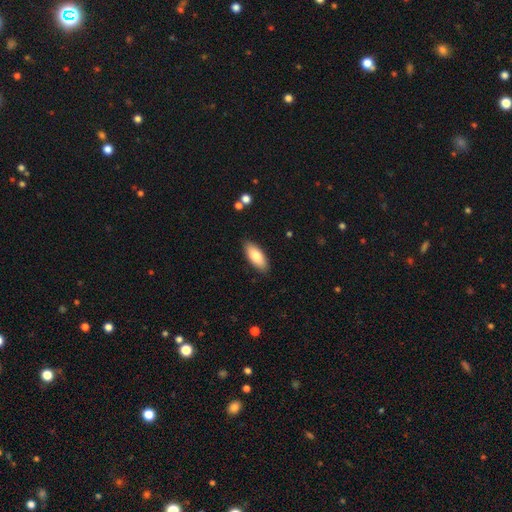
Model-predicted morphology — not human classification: Smooth or featured: smooth — 80% (featured or disk — 14%)
How rounded: in between — 81% (cigar-shaped — 18%)
Merging: none — 88% (minor disturbance — 9%)